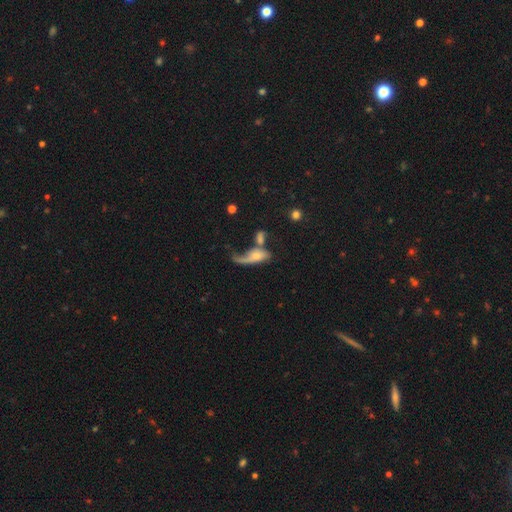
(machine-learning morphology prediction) A featured or disk galaxy (47%).

Vote fractions:
- Smooth or featured? featured or disk: 47% / smooth: 44% / star or artifact: 9%
- Merging? merger: 37% / major disturbance: 32% / none: 18% / minor disturbance: 13%